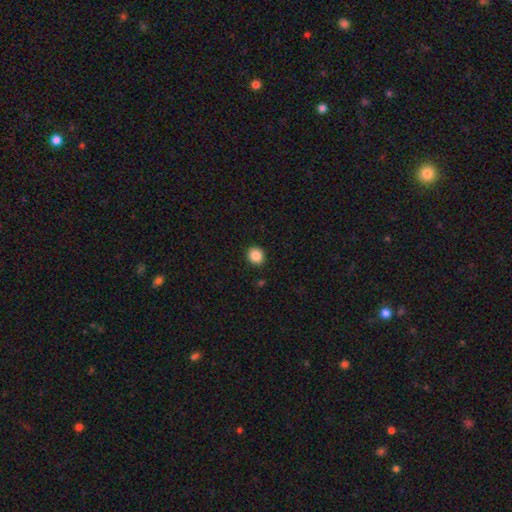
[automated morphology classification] A smooth galaxy with no disk features (87%) that is round (79%). Merging: none (92%).